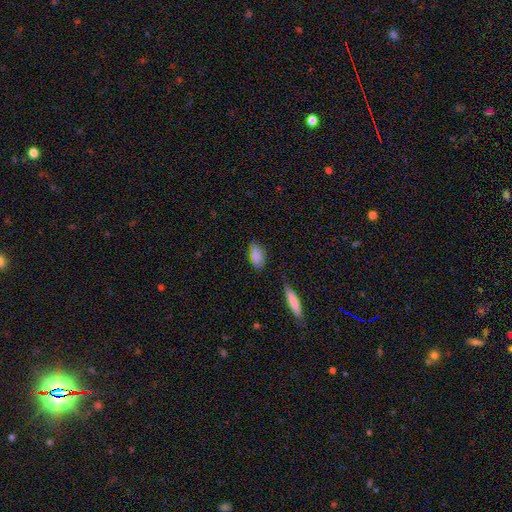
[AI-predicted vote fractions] smooth 84%, star or artifact 8%, featured or disk 8%. Down the decision tree: how rounded — in between (90%); merging — none (69%).